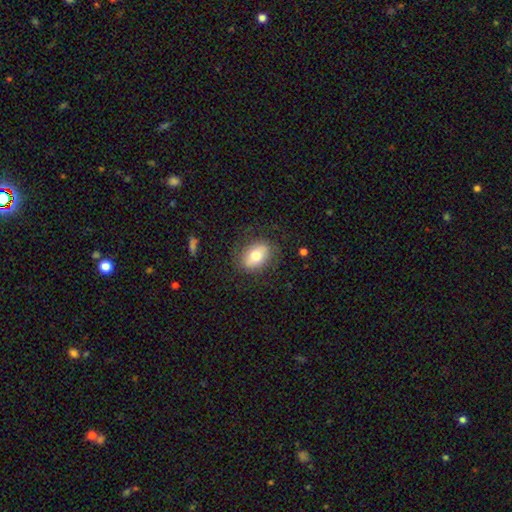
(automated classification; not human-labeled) smooth_or_featured: smooth (p=0.71) [alt: featured or disk p=0.21]
how_rounded: in between (p=0.77) [alt: round p=0.21]
merging: none (p=0.80) [alt: minor disturbance p=0.13]